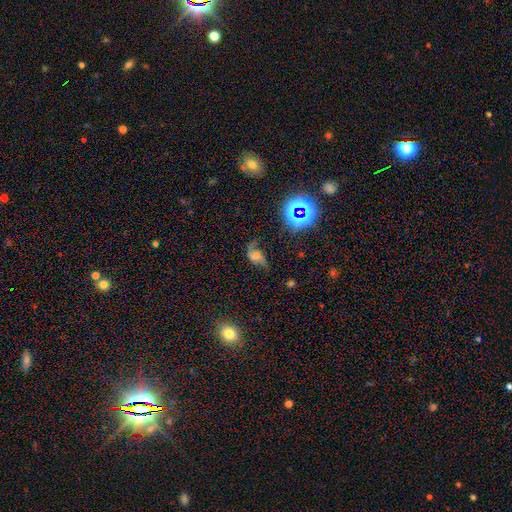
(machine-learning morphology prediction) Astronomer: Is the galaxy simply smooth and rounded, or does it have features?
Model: featured or disk — 51% (runner-up: smooth, 26%).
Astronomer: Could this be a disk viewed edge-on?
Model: no — 93%.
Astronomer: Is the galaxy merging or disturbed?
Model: none — 43% (runner-up: major disturbance, 28%).